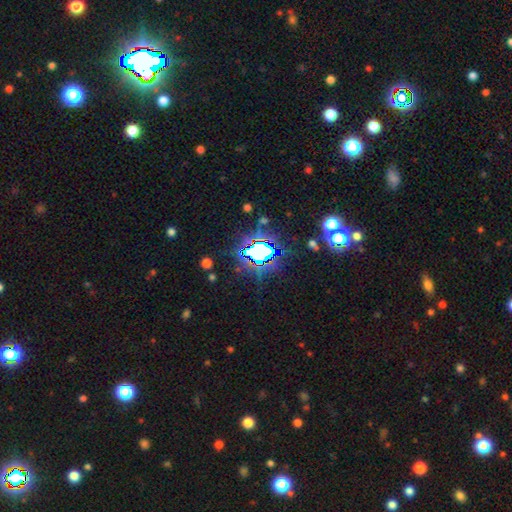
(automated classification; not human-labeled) A star or artifact, not a galaxy (72%).